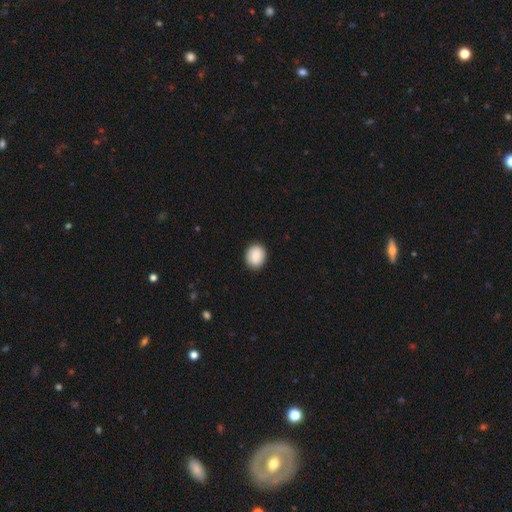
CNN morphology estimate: smooth_or_featured: smooth (p=0.85) [alt: featured or disk p=0.07]
how_rounded: round (p=0.70) [alt: in between p=0.29]
merging: none (p=0.90) [alt: minor disturbance p=0.08]